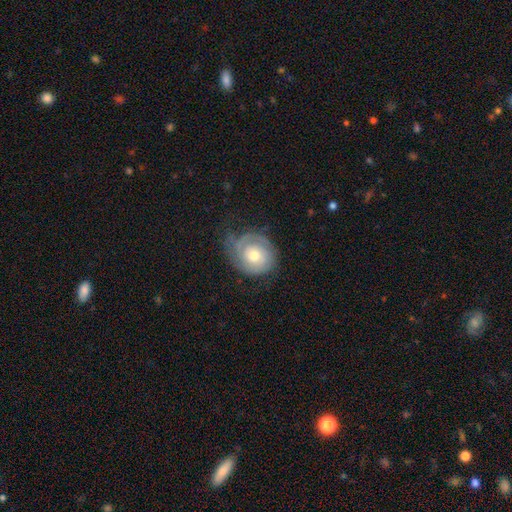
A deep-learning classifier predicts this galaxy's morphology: This is likely a featured or disk galaxy (68%). It is clearly not viewed edge-on (97%). Bar: likely no (80%). Spiral arm pattern: clearly yes (86%). Spiral arm count: marginally can't tell (36%). Spiral winding: likely tight (69%). Central bulge: likely moderate (69%). Merging: likely none (64%).